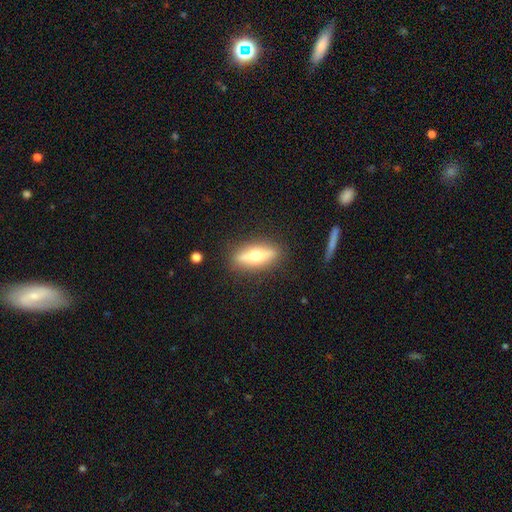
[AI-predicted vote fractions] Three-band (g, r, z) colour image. It shows a featured or disk galaxy (52%) viewed edge-on (83%). Merging: none (87%).